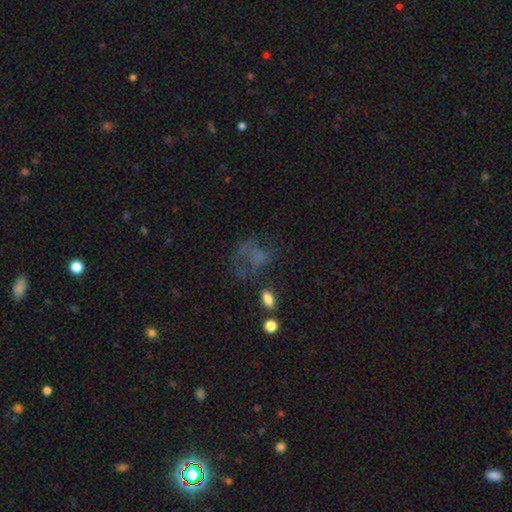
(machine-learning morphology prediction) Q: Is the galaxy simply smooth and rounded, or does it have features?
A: smooth — 39%.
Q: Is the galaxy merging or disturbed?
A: major disturbance — 41%.